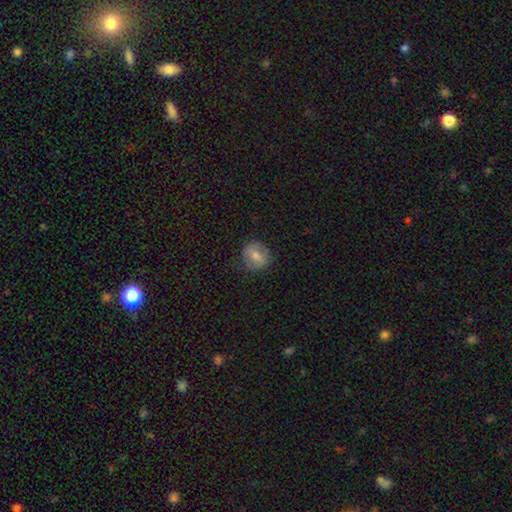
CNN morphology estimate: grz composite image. It shows a smooth galaxy with no disk features (61%) that is round (81%). Merging: none (84%).